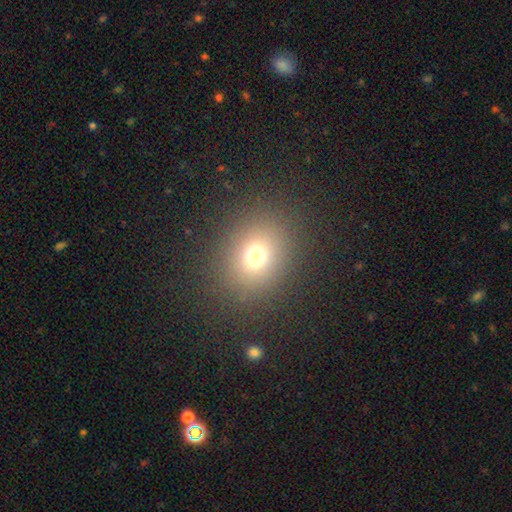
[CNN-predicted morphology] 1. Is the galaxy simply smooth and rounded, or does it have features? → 71% smooth, 19% star or artifact, 10% featured or disk.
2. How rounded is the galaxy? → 65% round, 34% in between, 1% cigar-shaped.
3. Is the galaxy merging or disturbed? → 86% none, 8% minor disturbance, 5% major disturbance, 1% merger.